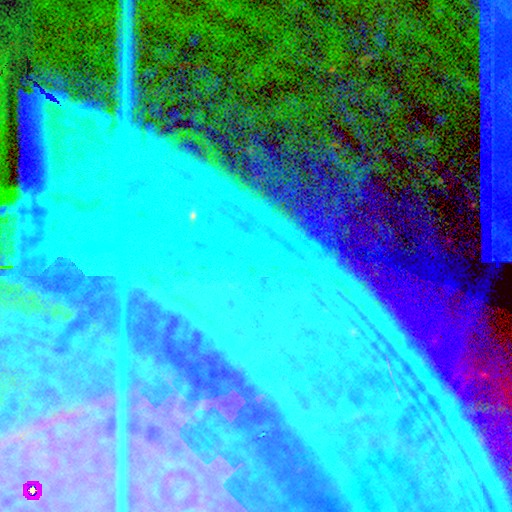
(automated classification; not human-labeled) Overall: star or artifact (86%).